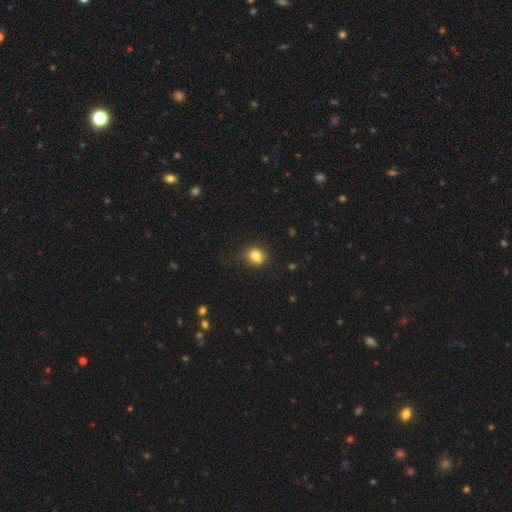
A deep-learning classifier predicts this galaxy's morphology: This appears to be a smooth galaxy with no disk features (80%) that is round (75%). Merging: none (64%).